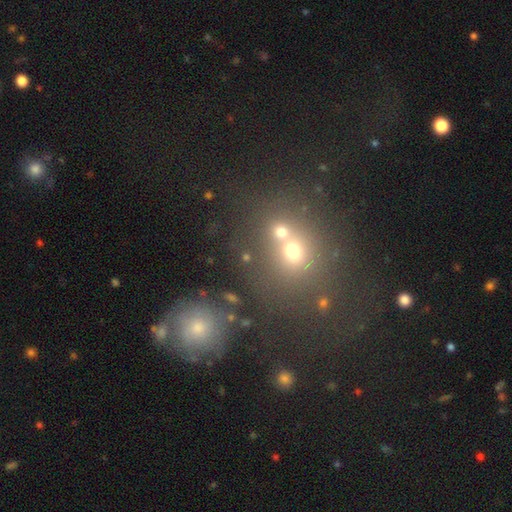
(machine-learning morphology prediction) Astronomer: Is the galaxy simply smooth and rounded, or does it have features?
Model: smooth — 47% (runner-up: star or artifact, 38%).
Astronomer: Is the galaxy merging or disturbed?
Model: none — 49% (runner-up: merger, 34%).